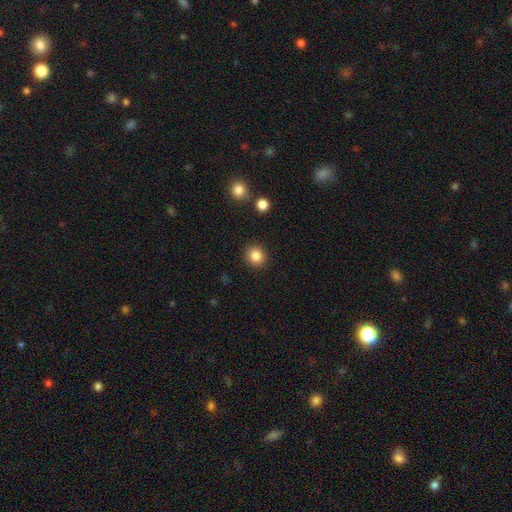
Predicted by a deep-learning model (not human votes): Smooth or featured? smooth (85%)
How rounded? round (87%)
Merging? none (90%)